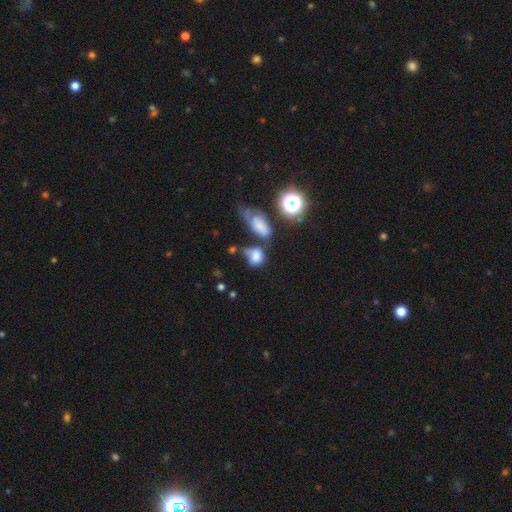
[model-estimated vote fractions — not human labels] smooth-or-featured: smooth: 73% | star or artifact: 14% | featured or disk: 14%
  how-rounded: in between: 60% | round: 38% | cigar-shaped: 2%
  merging: none: 34% | merger: 27% | minor disturbance: 22% | major disturbance: 17%